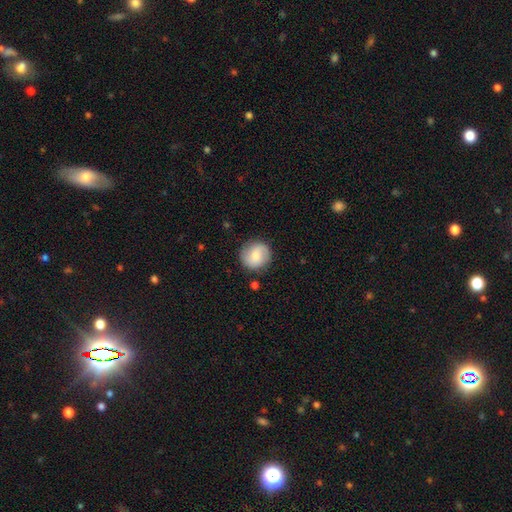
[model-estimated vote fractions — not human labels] Q: Smooth or featured?
A: smooth (62%); runner-up: featured or disk (31%)
Q: How rounded?
A: round (91%); runner-up: in between (8%)
Q: Merging?
A: none (84%); runner-up: minor disturbance (11%)